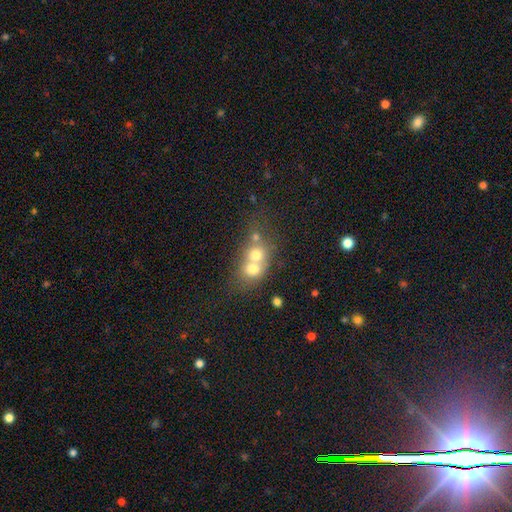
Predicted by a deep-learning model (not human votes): A smooth galaxy with no disk features (54%) that is round (67%).

Vote fractions:
- Smooth or featured? smooth: 54% / featured or disk: 27% / star or artifact: 19%
- How rounded? round: 67% / in between: 30% / cigar-shaped: 3%
- Merging? merger: 67% / none: 23% / minor disturbance: 6% / major disturbance: 4%